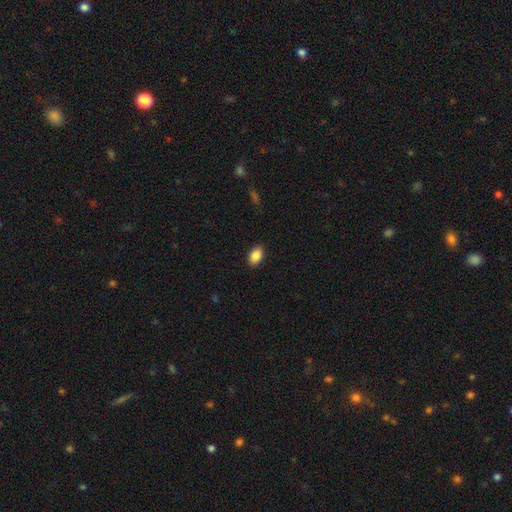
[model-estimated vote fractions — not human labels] smooth 89%, star or artifact 8%, featured or disk 4%. Down the decision tree: how rounded — in between (88%); merging — none (89%).